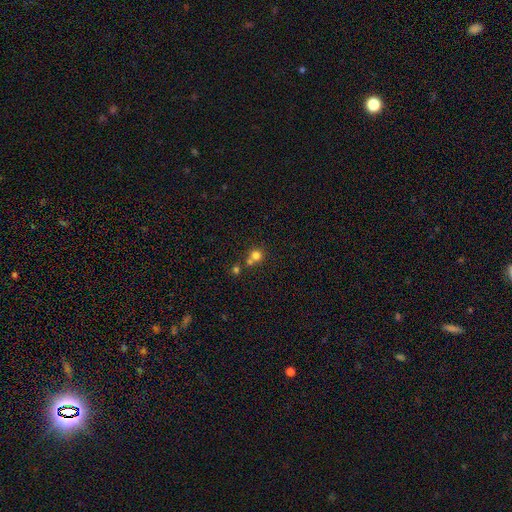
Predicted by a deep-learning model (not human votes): This appears to be a smooth galaxy with no disk features (76%) that is round (89%). Merging: none (50%).